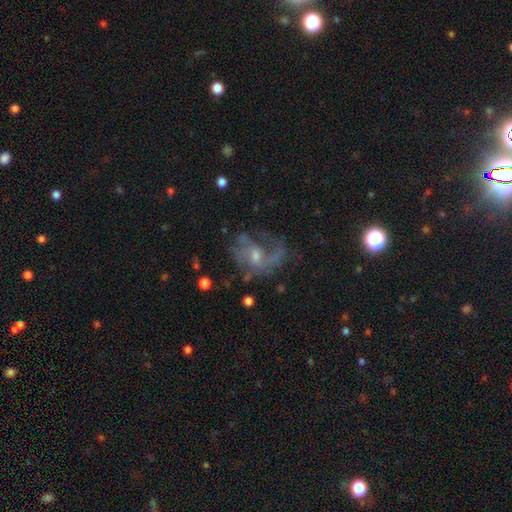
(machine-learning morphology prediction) A featured or disk galaxy (65%) with no bar (67%), spiral arms (68%) and a small central bulge (47%).

Vote fractions:
- Smooth or featured? featured or disk: 65% / smooth: 22% / star or artifact: 13%
- Edge-on disk? no: 97% / yes: 3%
- Bar? no: 67% / weak: 29% / strong: 5%
- Spiral arms? yes: 68% / no: 32%
- Bulge size? small: 47% / moderate: 42% / none: 6% / large: 3% / dominant: 1%
- Merging? none: 41% / major disturbance: 35% / minor disturbance: 20% / merger: 3%